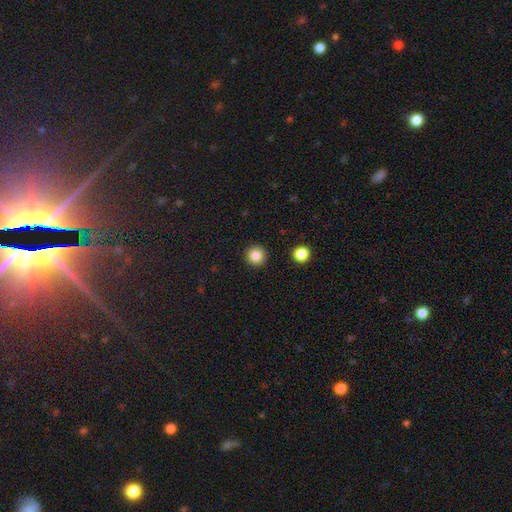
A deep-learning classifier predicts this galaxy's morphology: Q: Smooth or featured?
A: smooth (86%); runner-up: star or artifact (10%)
Q: How rounded?
A: round (95%); runner-up: in between (4%)
Q: Merging?
A: none (92%); runner-up: minor disturbance (5%)